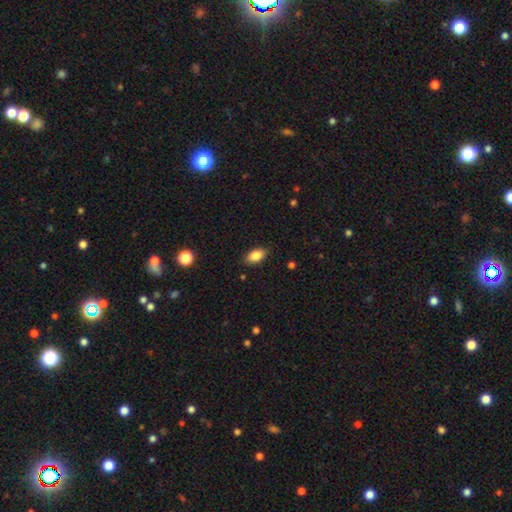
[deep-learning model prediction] The model was most divided on "merging": none: 86%, minor disturbance: 10%, major disturbance: 2%, merger: 1%. More confident: how rounded — in between (91%); smooth or featured — smooth (85%).